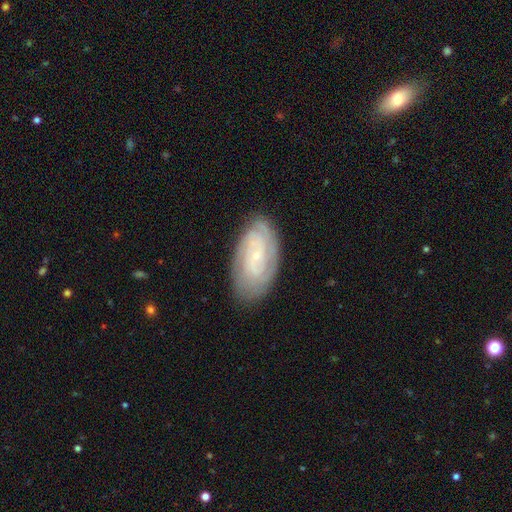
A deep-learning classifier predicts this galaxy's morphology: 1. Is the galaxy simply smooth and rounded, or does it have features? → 76% featured or disk, 17% smooth, 6% star or artifact.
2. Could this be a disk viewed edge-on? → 95% no, 5% yes.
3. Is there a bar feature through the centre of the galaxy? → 66% no, 28% weak, 6% strong.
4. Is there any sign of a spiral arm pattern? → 92% yes, 8% no.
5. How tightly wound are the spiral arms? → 69% tight, 25% medium, 6% loose.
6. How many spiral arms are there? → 38% can't tell, 30% 2, 15% 3, 8% 4, 4% more than 4, 4% 1.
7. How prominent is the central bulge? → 83% small, 12% moderate, 3% none, 1% large, 1% dominant.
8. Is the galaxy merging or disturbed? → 81% none, 15% minor disturbance, 4% major disturbance, 1% merger.